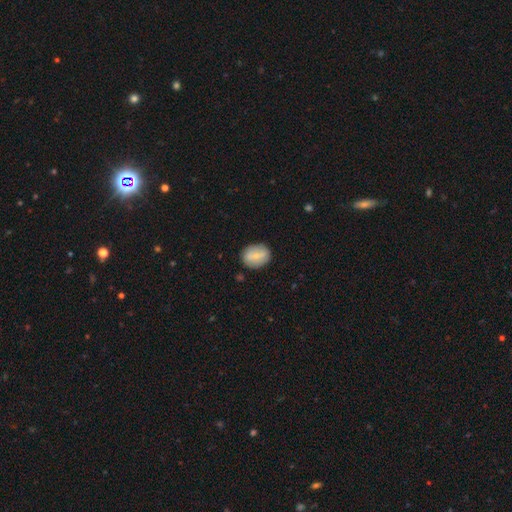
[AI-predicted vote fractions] A smooth galaxy with no disk features (67%) that is in between round and cigar-shaped (52%). Merging: none (84%).